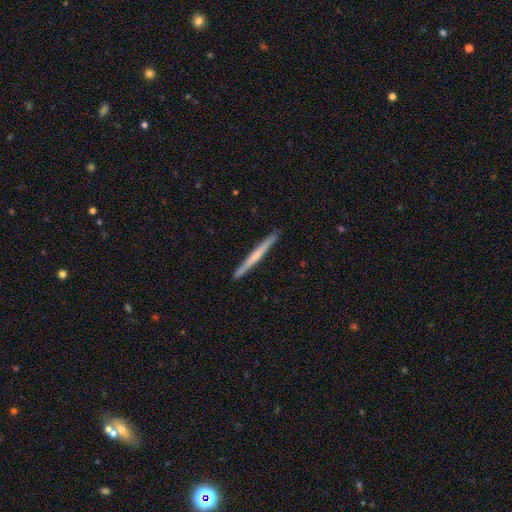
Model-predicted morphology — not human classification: Smooth or featured?
  - featured or disk: 50% *
  - smooth: 45%
  - star or artifact: 5%
Merging?
  - none: 92% *
  - minor disturbance: 6%
  - major disturbance: 1%
  - merger: 1%